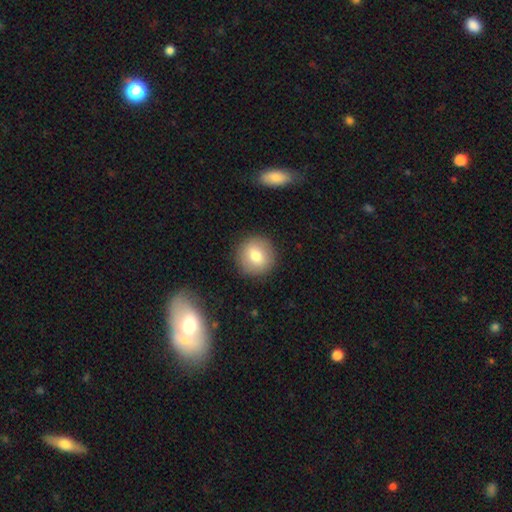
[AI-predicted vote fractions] Smooth or featured? Predicted: smooth (p=0.77). How rounded? Predicted: round (p=0.93). Merging? Predicted: none (p=0.90).